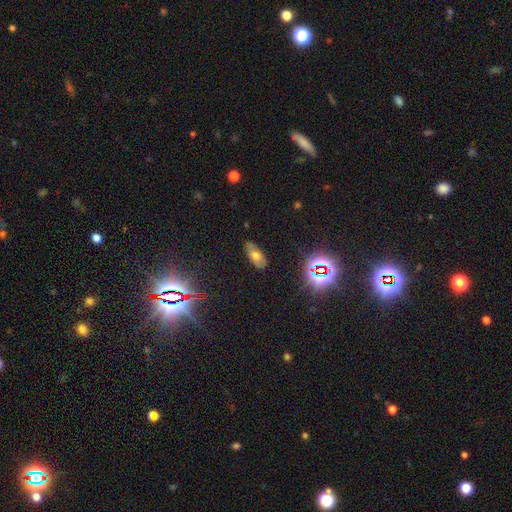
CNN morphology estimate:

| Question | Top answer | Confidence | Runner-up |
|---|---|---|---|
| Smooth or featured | smooth | 51% | featured or disk (29%) |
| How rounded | in between | 89% | cigar-shaped (6%) |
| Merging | none | 79% | minor disturbance (16%) |